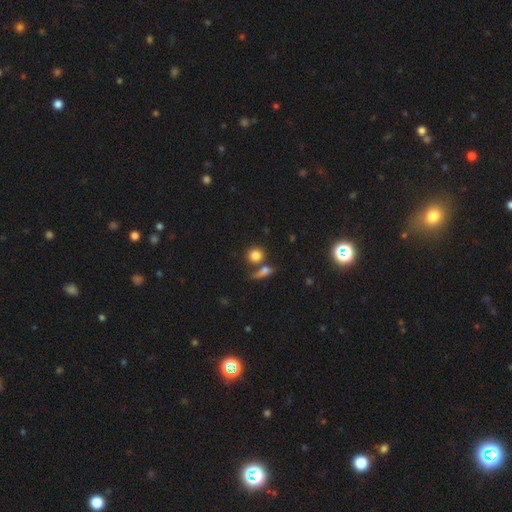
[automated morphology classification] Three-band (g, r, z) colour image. It shows a smooth galaxy with no disk features (80%) that is round (82%). Merging: none (57%).